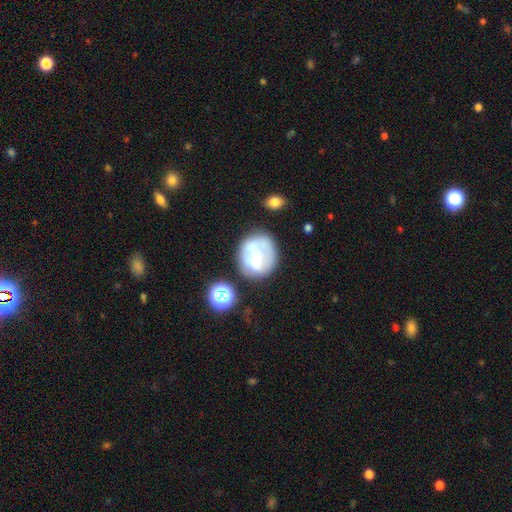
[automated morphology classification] Smooth or featured? Predicted: smooth (p=0.52). How rounded? Predicted: round (p=0.66). Merging? Predicted: none (p=0.53).